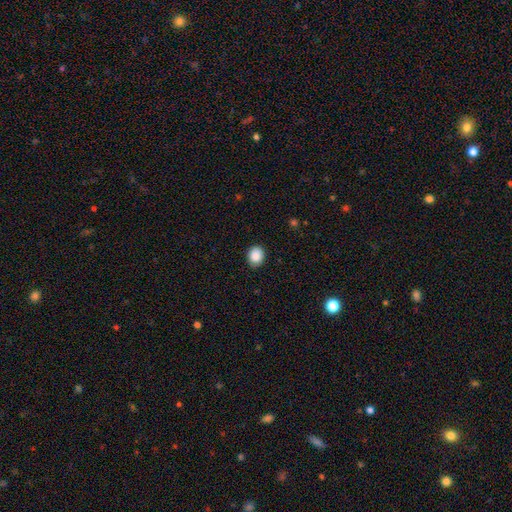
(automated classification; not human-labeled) Smooth or featured? smooth (88%)
How rounded? round (61%)
Merging? none (89%)